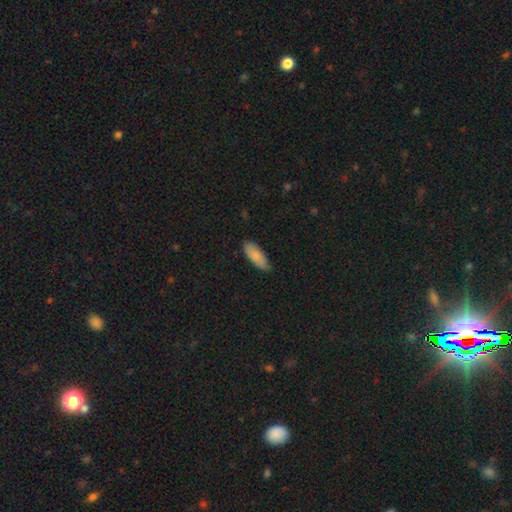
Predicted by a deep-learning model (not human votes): This appears to be a smooth galaxy with no disk features (85%) that is in between round and cigar-shaped (76%). Merging: none (76%).